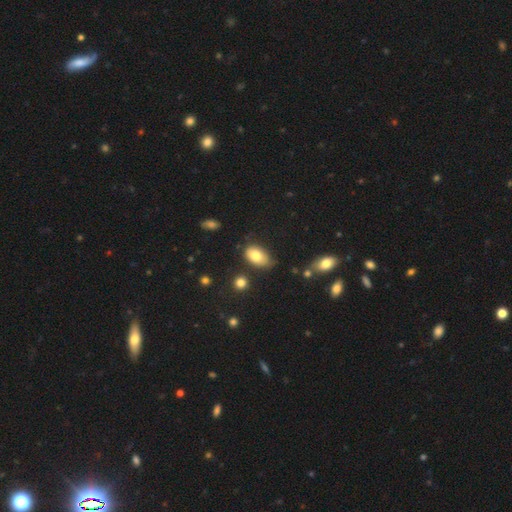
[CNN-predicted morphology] The model was most divided on "merging": none: 56%, minor disturbance: 32%, major disturbance: 7%, merger: 5%. More confident: how rounded — in between (92%); smooth or featured — smooth (79%).